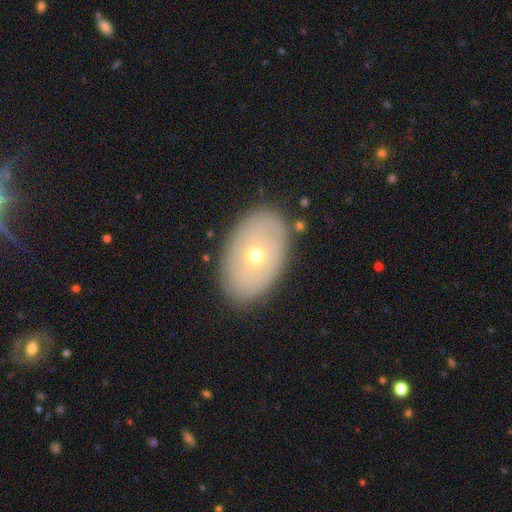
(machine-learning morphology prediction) type=featured or disk (47%); merging=none (84%).